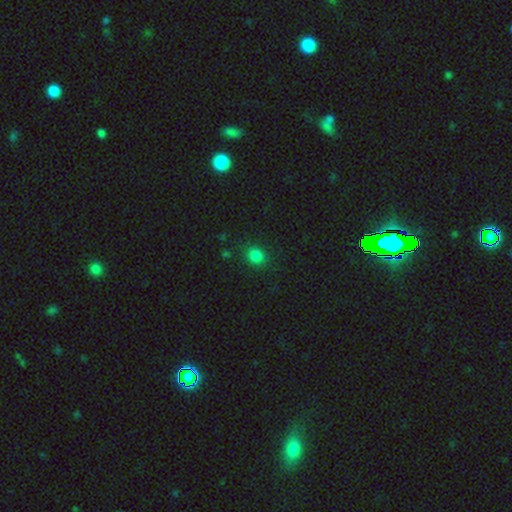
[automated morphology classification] Overall: smooth (82%). How rounded: round (75%). Merging: none (87%).